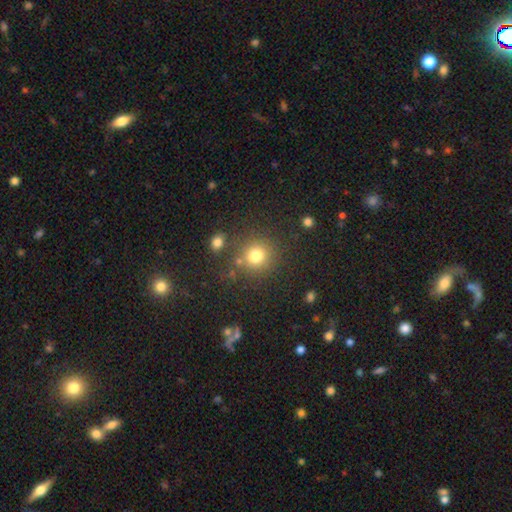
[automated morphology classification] Smooth or featured: smooth — 77% (star or artifact — 16%)
How rounded: round — 90% (in between — 9%)
Merging: none — 80% (minor disturbance — 9%)